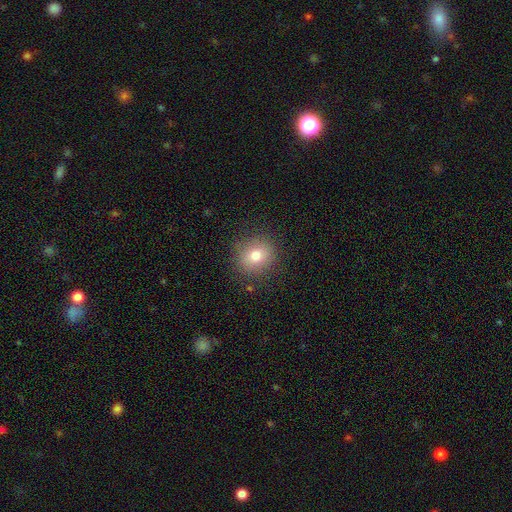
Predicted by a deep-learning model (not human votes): A smooth galaxy with no disk features (77%) that is round (76%). Merging: none (86%).